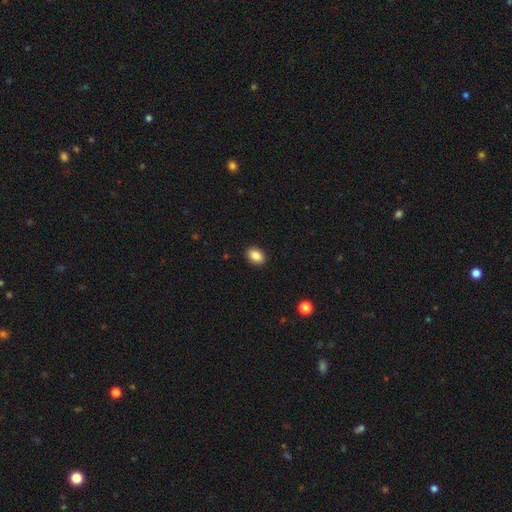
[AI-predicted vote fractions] A smooth galaxy with no disk features (88%) that is in between round and cigar-shaped (80%). Merging: none (90%).